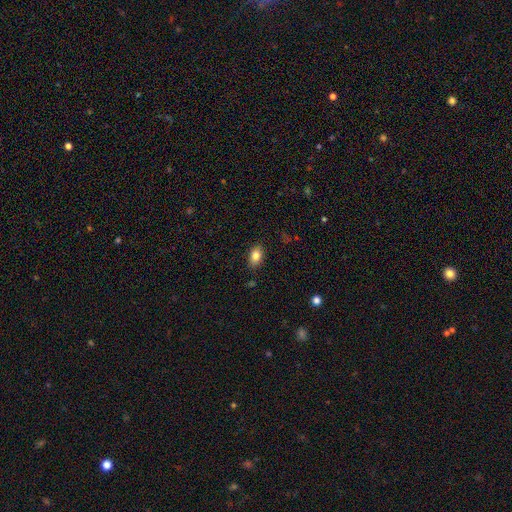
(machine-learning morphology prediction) Q: Smooth or featured?
A: smooth (83%); runner-up: featured or disk (9%)
Q: How rounded?
A: in between (86%); runner-up: round (12%)
Q: Merging?
A: none (86%); runner-up: minor disturbance (11%)